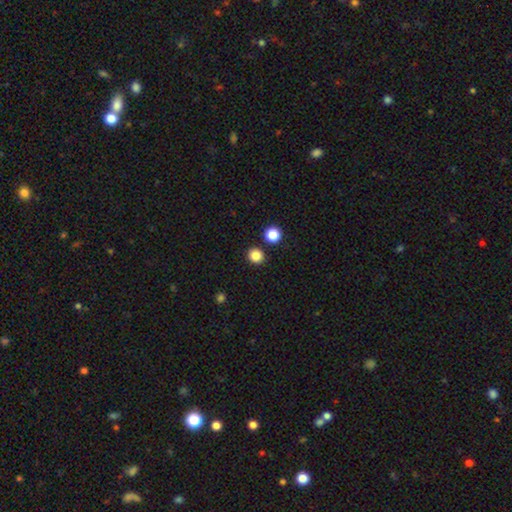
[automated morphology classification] Smooth or featured? Predicted: smooth (p=0.84). How rounded? Predicted: round (p=0.91). Merging? Predicted: none (p=0.89).